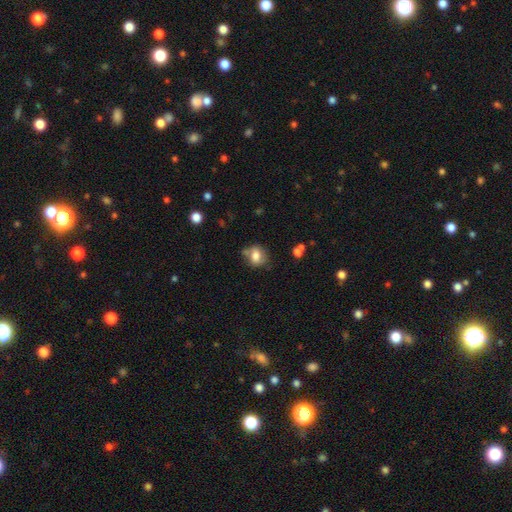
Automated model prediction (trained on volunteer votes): smooth 74%, featured or disk 17%, star or artifact 9%. Down the decision tree: how rounded — round (52%); merging — none (59%).